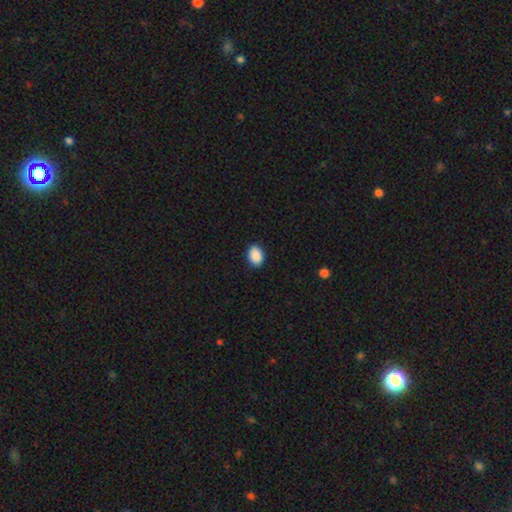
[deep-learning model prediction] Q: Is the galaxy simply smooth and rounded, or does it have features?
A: smooth — 90%.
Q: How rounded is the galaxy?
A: in between — 80%.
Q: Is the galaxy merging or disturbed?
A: none — 88%.